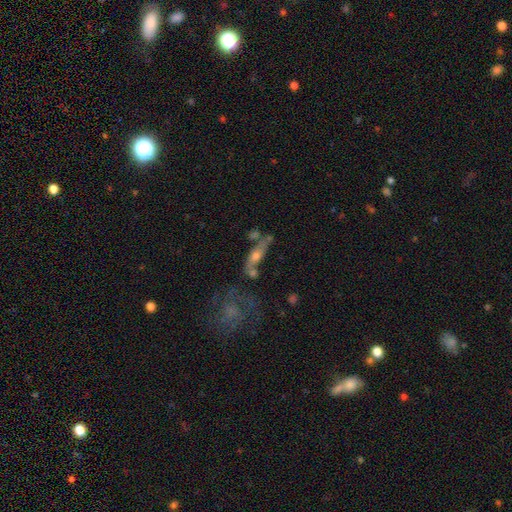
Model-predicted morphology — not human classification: smooth_or_featured: featured or disk (p=0.54) [alt: smooth p=0.36]
disk_edge_on: yes (p=0.55) [alt: no p=0.45]
merging: none (p=0.46) [alt: merger p=0.25]